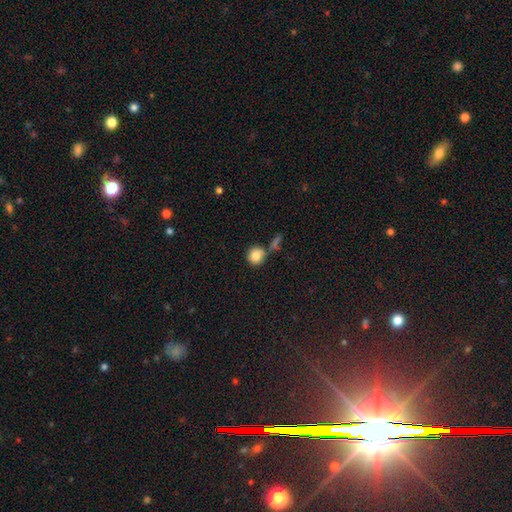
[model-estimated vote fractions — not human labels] Smooth or featured?
  - smooth: 82% *
  - star or artifact: 9%
  - featured or disk: 8%
How rounded?
  - round: 90% *
  - in between: 9%
  - cigar-shaped: 1%
Merging?
  - none: 64% *
  - merger: 18%
  - minor disturbance: 13%
  - major disturbance: 5%